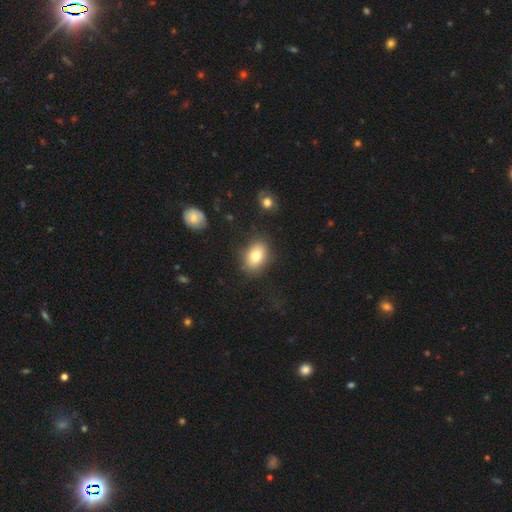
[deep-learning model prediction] Morphology: type=smooth (79%); roundness=in between (79%); merging=none (82%).